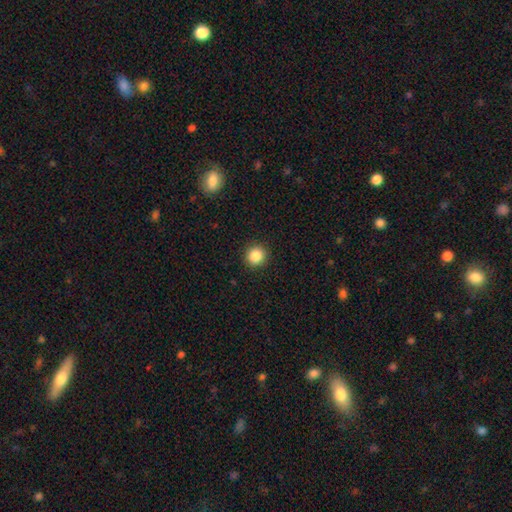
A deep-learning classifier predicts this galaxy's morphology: Smooth or featured: smooth — 86% (star or artifact — 10%)
How rounded: round — 92% (in between — 7%)
Merging: none — 92% (minor disturbance — 5%)